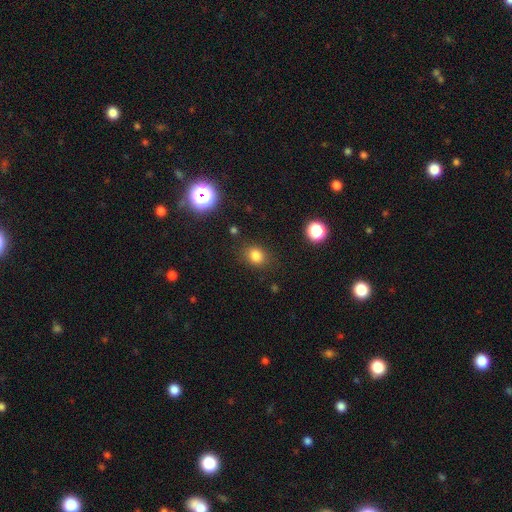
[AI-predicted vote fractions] Smooth or featured?
  - smooth: 81% *
  - star or artifact: 14%
  - featured or disk: 5%
How rounded?
  - round: 60% *
  - in between: 39%
  - cigar-shaped: 1%
Merging?
  - none: 82% *
  - minor disturbance: 12%
  - major disturbance: 4%
  - merger: 2%